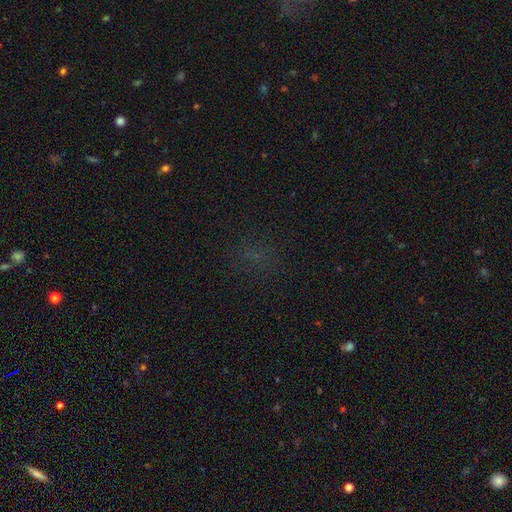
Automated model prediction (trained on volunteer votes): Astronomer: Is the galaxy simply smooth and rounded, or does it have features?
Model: star or artifact — 47% (runner-up: smooth, 42%).